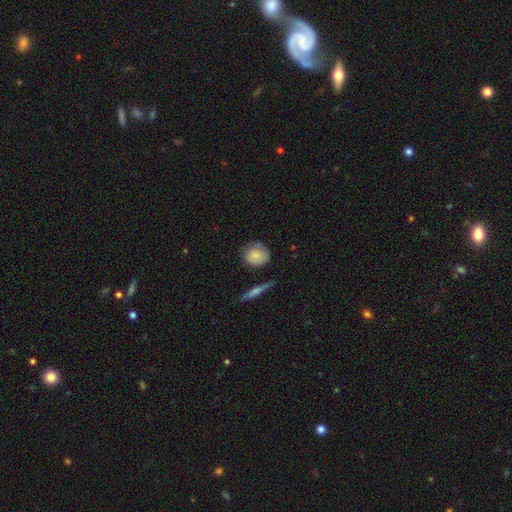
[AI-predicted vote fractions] Smooth or featured? Predicted: smooth (p=0.79). How rounded? Predicted: round (p=0.77). Merging? Predicted: none (p=0.67).